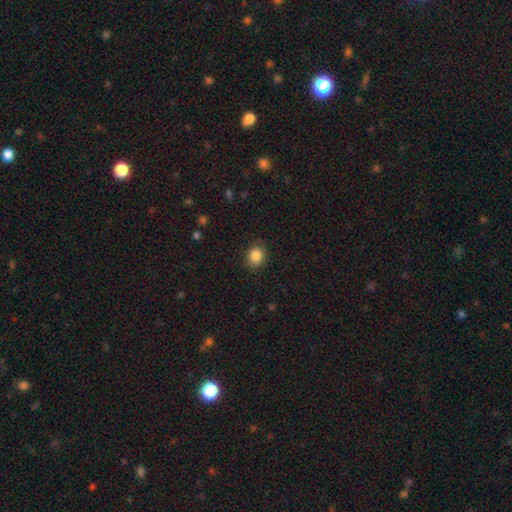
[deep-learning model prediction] Q: Smooth or featured?
A: smooth (86%); runner-up: star or artifact (10%)
Q: How rounded?
A: round (71%); runner-up: in between (28%)
Q: Merging?
A: none (87%); runner-up: minor disturbance (9%)